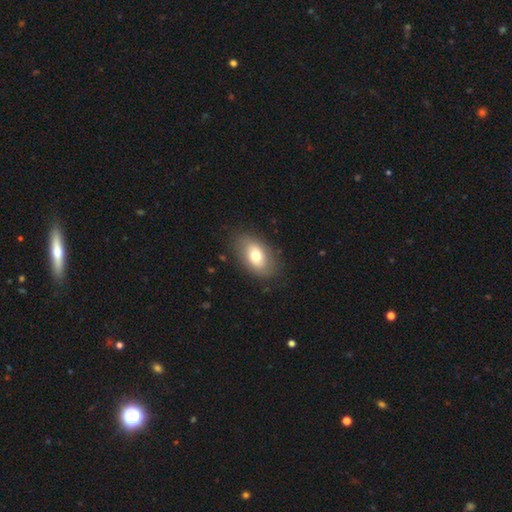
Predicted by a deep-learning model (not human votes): Smooth or featured? Predicted: smooth (p=0.70). How rounded? Predicted: in between (p=0.89). Merging? Predicted: none (p=0.82).